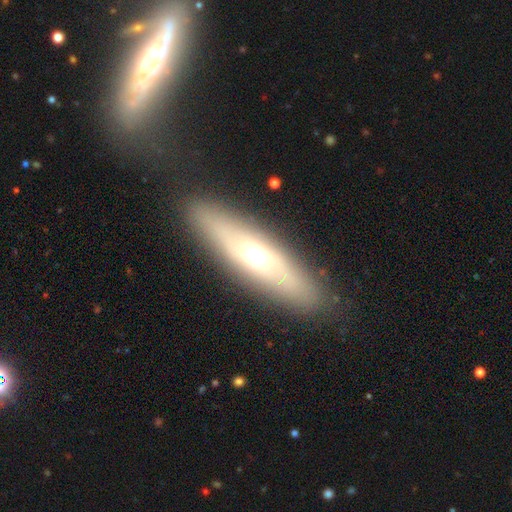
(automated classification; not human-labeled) Smooth or featured?
  - featured or disk: 52% *
  - smooth: 40%
  - star or artifact: 7%
Edge-on disk?
  - yes: 62% *
  - no: 38%
Merging?
  - none: 84% *
  - minor disturbance: 10%
  - major disturbance: 3%
  - merger: 3%